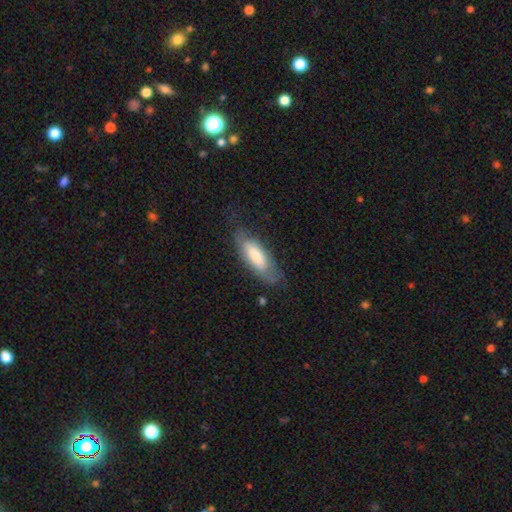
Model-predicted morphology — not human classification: Q: Smooth or featured?
A: smooth (65%); runner-up: featured or disk (29%)
Q: How rounded?
A: in between (68%); runner-up: cigar-shaped (30%)
Q: Merging?
A: none (62%); runner-up: minor disturbance (25%)